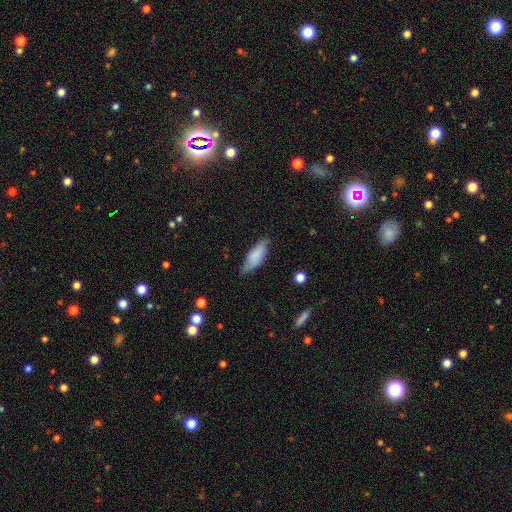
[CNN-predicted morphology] A smooth galaxy with no disk features (77%) that is in between round and cigar-shaped (69%). Merging: none (71%).